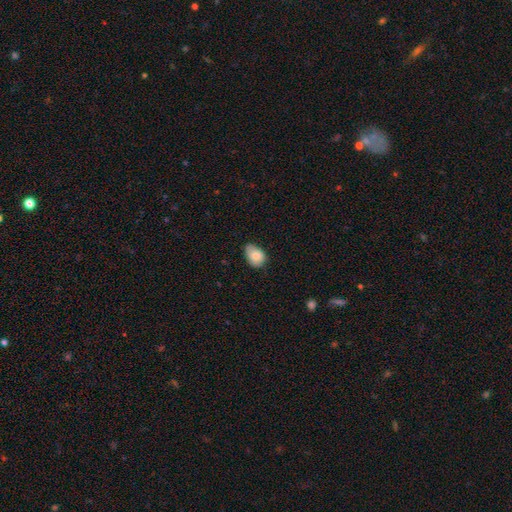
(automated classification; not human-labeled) Smooth or featured? Predicted: smooth (p=0.83). How rounded? Predicted: in between (p=0.76). Merging? Predicted: none (p=0.54).